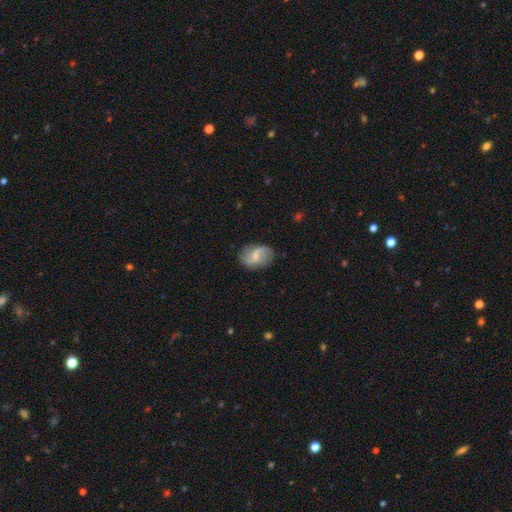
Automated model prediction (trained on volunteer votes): Smooth or featured?
  - featured or disk: 57% *
  - smooth: 36%
  - star or artifact: 7%
Edge-on disk?
  - no: 96% *
  - yes: 4%
Bar?
  - weak: 54% *
  - no: 27%
  - strong: 19%
Spiral arms?
  - yes: 81% *
  - no: 19%
Bulge size?
  - small: 53% *
  - moderate: 38%
  - none: 6%
  - large: 2%
  - dominant: 1%
Merging?
  - none: 76% *
  - minor disturbance: 18%
  - major disturbance: 5%
  - merger: 1%